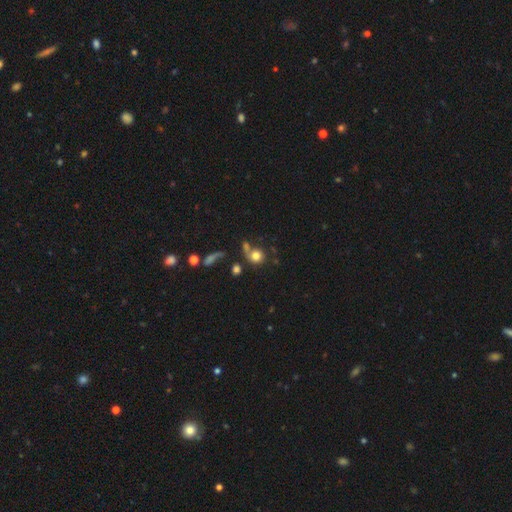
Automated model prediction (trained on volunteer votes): Smooth or featured: smooth — 75% (featured or disk — 13%)
How rounded: round — 86% (in between — 13%)
Merging: none — 48% (merger — 26%)